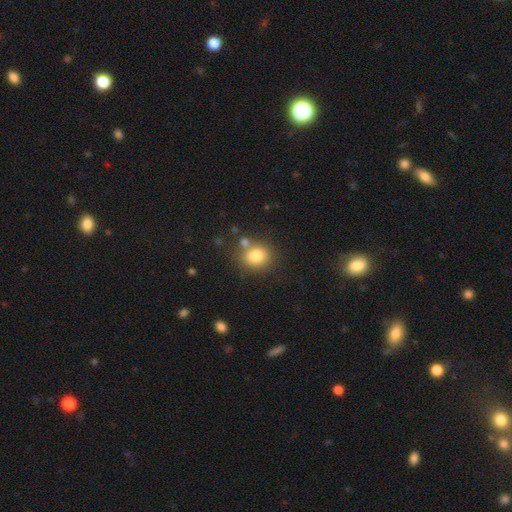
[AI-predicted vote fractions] The model was most divided on "how rounded": round: 69%, in between: 30%, cigar-shaped: 1%. More confident: smooth or featured — smooth (82%); merging — none (69%).